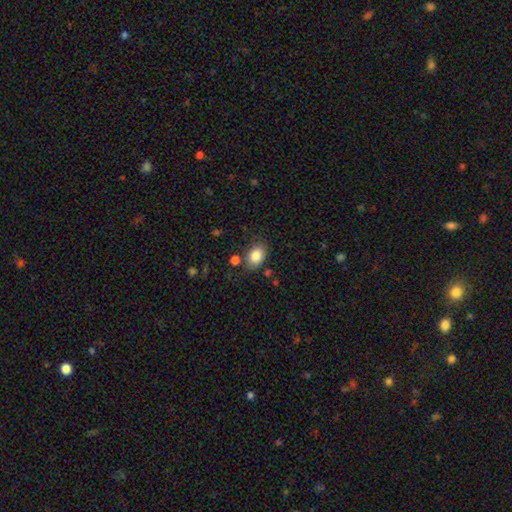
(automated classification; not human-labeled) smooth 84%, star or artifact 8%, featured or disk 8%. Down the decision tree: how rounded — in between (76%); merging — none (76%).